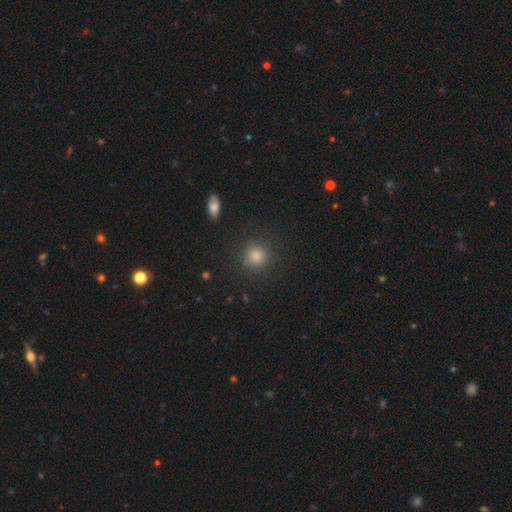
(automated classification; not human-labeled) A smooth galaxy with no disk features (81%) that is round (93%).

Vote fractions:
- Smooth or featured? smooth: 81% / star or artifact: 14% / featured or disk: 5%
- How rounded? round: 93% / in between: 6% / cigar-shaped: 1%
- Merging? none: 89% / minor disturbance: 7% / major disturbance: 3% / merger: 1%